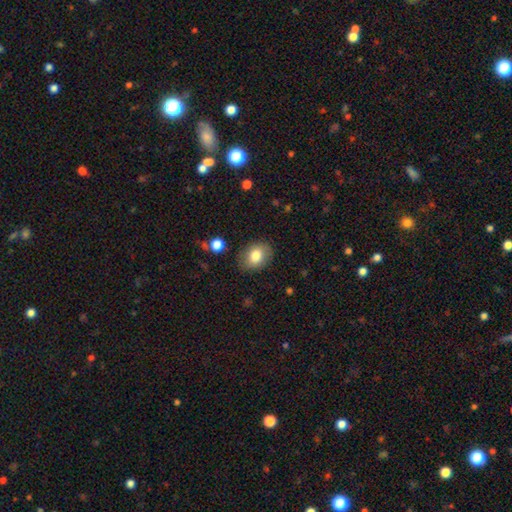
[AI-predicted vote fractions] A smooth galaxy with no disk features (80%) that is in between round and cigar-shaped (62%). Merging: none (84%).